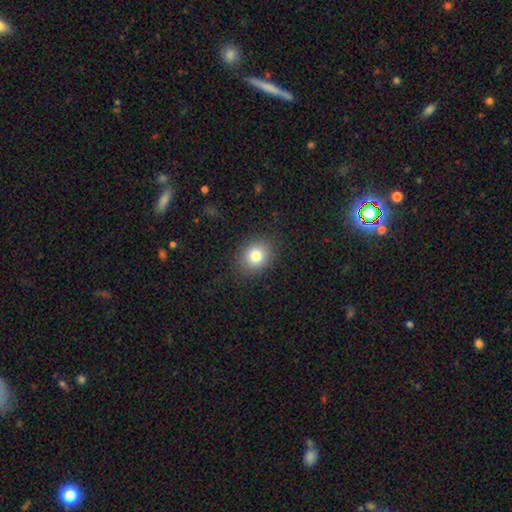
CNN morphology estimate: This is clearly a smooth galaxy (81%). How rounded: likely round (65%). Merging: clearly none (88%).